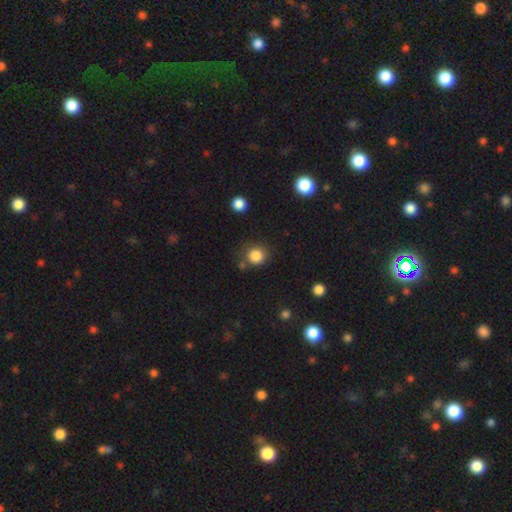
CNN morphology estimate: smooth-or-featured: smooth: 84% | star or artifact: 11% | featured or disk: 5%
  how-rounded: round: 86% | in between: 13% | cigar-shaped: 1%
  merging: none: 74% | minor disturbance: 14% | merger: 8% | major disturbance: 5%